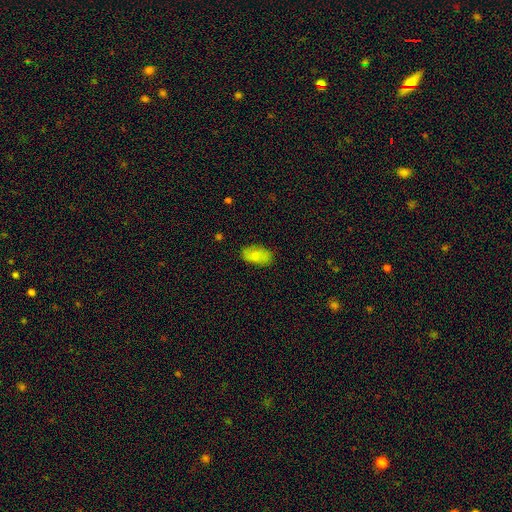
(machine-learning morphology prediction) smooth_or_featured: smooth (p=0.75) [alt: featured or disk p=0.17]
how_rounded: in between (p=0.93) [alt: round p=0.05]
merging: none (p=0.81) [alt: minor disturbance p=0.15]